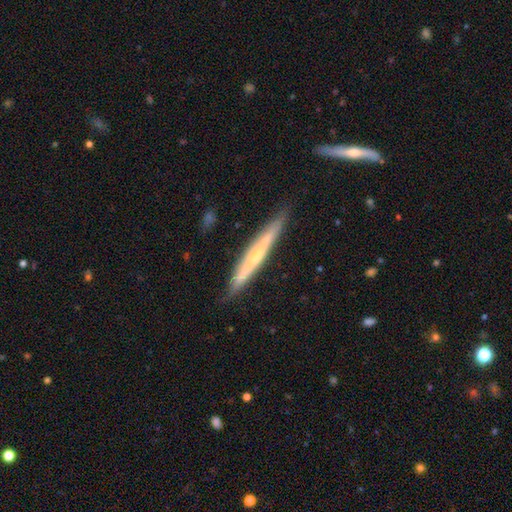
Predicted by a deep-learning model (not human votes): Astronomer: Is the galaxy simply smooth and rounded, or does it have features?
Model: featured or disk — 60%.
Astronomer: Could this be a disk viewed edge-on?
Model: yes — 94%.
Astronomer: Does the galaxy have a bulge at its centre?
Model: rounded — 55% (runner-up: none, 40%).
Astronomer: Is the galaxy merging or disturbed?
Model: none — 87%.